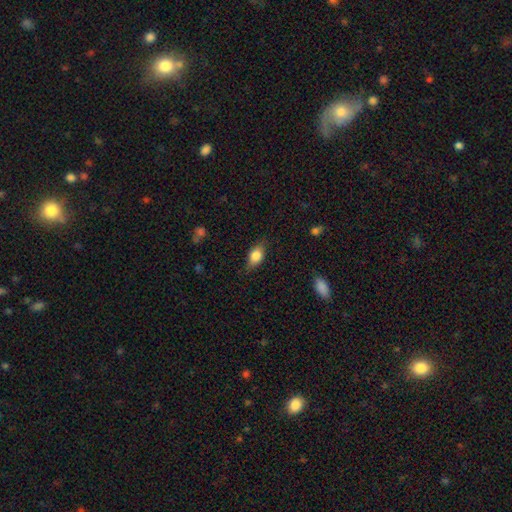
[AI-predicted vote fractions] smooth_or_featured: smooth (p=0.75) [alt: featured or disk p=0.18]
how_rounded: in between (p=0.82) [alt: round p=0.11]
merging: none (p=0.77) [alt: minor disturbance p=0.17]